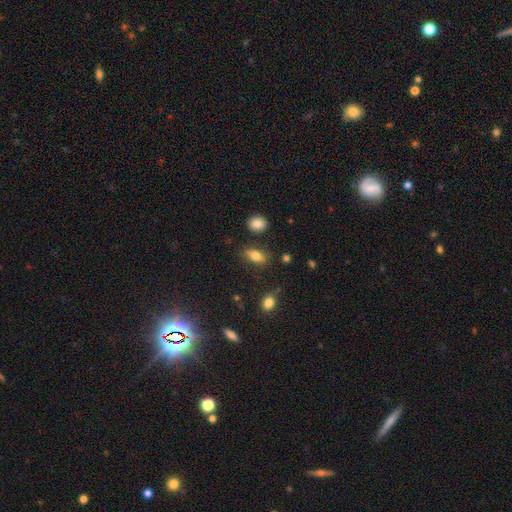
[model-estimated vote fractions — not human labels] Smooth or featured?
  - smooth: 76% *
  - featured or disk: 15%
  - star or artifact: 9%
How rounded?
  - in between: 81% *
  - cigar-shaped: 11%
  - round: 7%
Merging?
  - none: 80% *
  - minor disturbance: 13%
  - merger: 4%
  - major disturbance: 4%